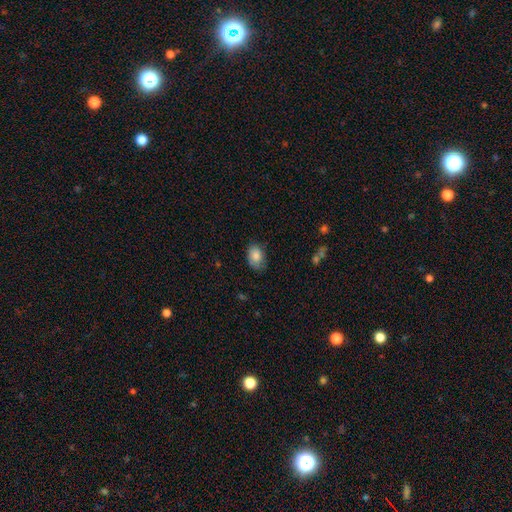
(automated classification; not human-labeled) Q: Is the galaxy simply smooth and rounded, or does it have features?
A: smooth — 84%.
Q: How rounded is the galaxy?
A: in between — 84%.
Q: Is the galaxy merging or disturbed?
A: none — 72%.